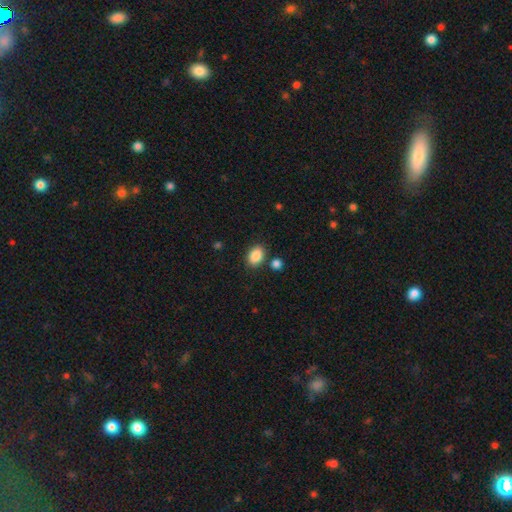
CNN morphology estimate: Overall: smooth (88%). How rounded: in between (76%). Merging: none (79%).